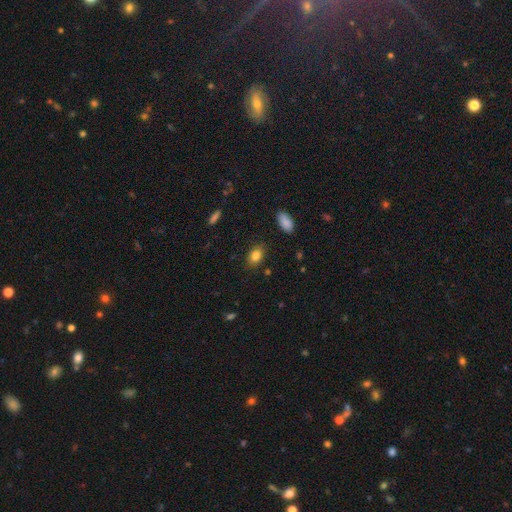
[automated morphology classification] The model was most divided on "how rounded": in between: 81%, round: 17%, cigar-shaped: 2%. More confident: merging — none (85%); smooth or featured — smooth (83%).